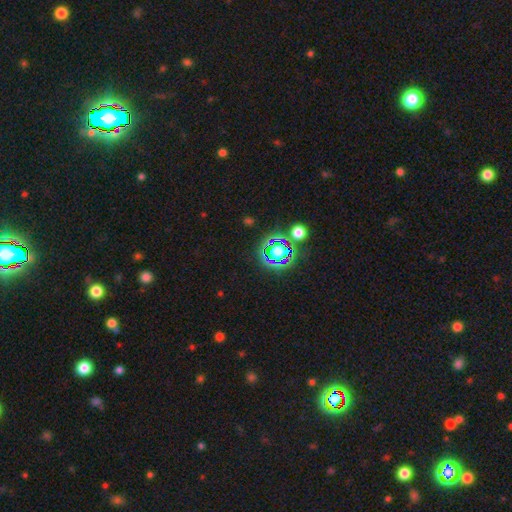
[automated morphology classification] Smooth or featured? Predicted: star or artifact (p=0.78).